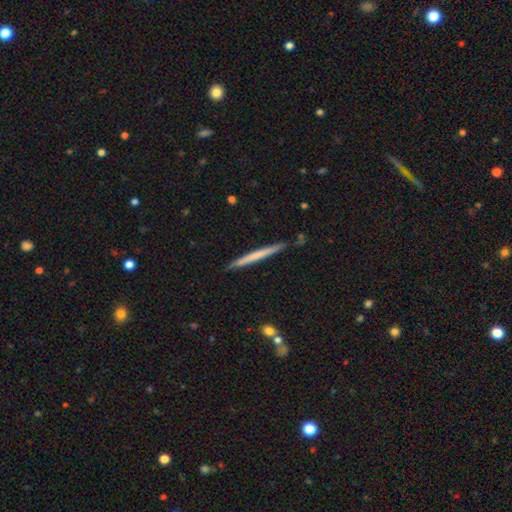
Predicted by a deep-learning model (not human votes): smooth-or-featured: smooth: 53% | featured or disk: 42% | star or artifact: 5%
  how-rounded: cigar-shaped: 97% | in between: 2% | round: 1%
  merging: none: 87% | minor disturbance: 9% | merger: 2% | major disturbance: 2%